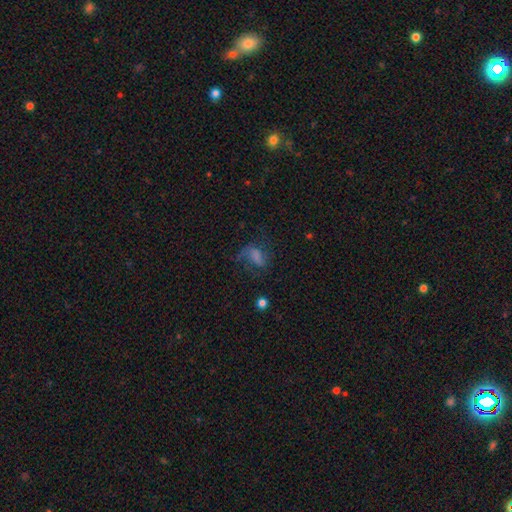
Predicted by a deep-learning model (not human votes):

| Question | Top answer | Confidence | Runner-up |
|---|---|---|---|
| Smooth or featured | smooth | 47% | featured or disk (38%) |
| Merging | none | 39% | major disturbance (36%) |